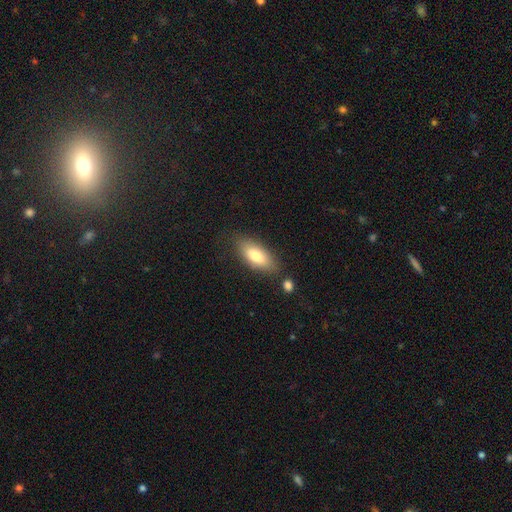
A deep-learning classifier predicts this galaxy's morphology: Q: Smooth or featured?
A: smooth (78%); runner-up: featured or disk (15%)
Q: How rounded?
A: in between (80%); runner-up: cigar-shaped (18%)
Q: Merging?
A: none (75%); runner-up: minor disturbance (15%)